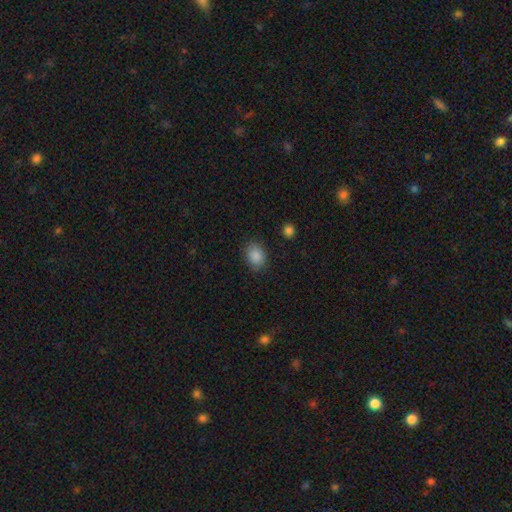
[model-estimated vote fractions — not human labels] A smooth galaxy with no disk features (87%) that is in between round and cigar-shaped (66%).

Vote fractions:
- Smooth or featured? smooth: 87% / star or artifact: 8% / featured or disk: 5%
- How rounded? in between: 66% / round: 33% / cigar-shaped: 1%
- Merging? none: 82% / minor disturbance: 13% / major disturbance: 3% / merger: 1%